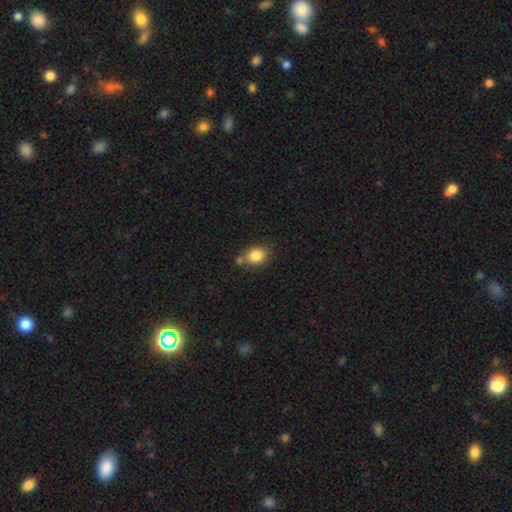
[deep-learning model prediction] Smooth or featured: smooth — 84% (star or artifact — 9%)
How rounded: round — 52% (in between — 47%)
Merging: none — 67% (merger — 15%)